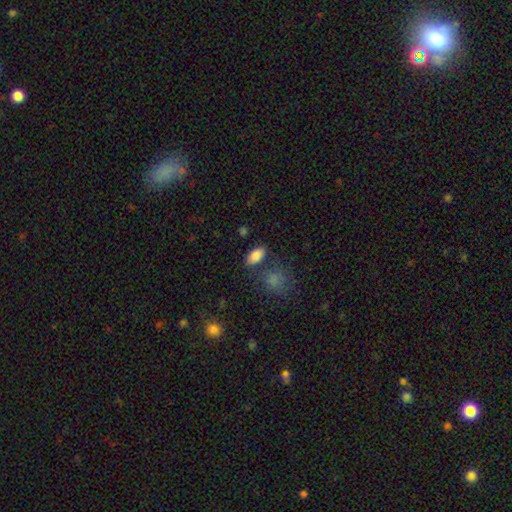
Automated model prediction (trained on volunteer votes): This appears to be a smooth galaxy with no disk features (84%) that is in between round and cigar-shaped (92%). Merging: none (78%).